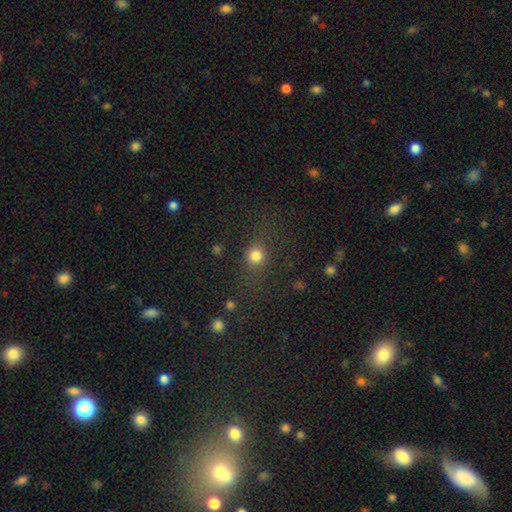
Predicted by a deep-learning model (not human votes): Overall: smooth (78%). How rounded: round (77%). Merging: none (72%).